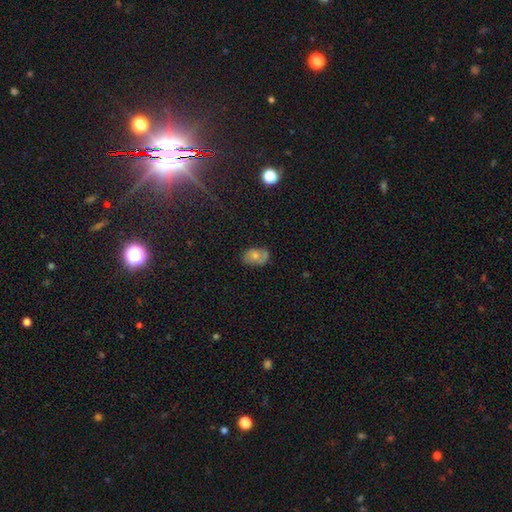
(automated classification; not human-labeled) Overall: smooth (67%). How rounded: in between (82%). Merging: none (57%; minor disturbance 27%).